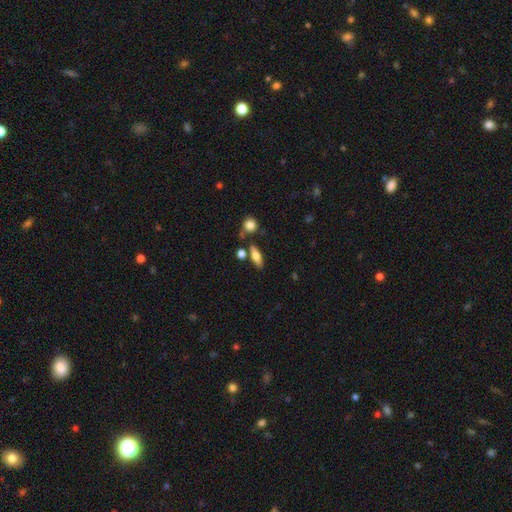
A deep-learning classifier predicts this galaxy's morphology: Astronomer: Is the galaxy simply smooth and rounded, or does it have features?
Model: smooth — 64%.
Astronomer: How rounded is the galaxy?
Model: in between — 58% (runner-up: cigar-shaped, 37%).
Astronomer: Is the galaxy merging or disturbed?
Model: none — 74%.